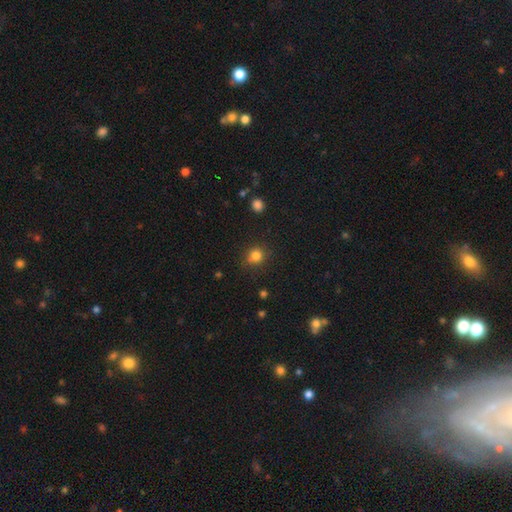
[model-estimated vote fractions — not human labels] A smooth galaxy with no disk features (82%) that is round (84%). Merging: none (78%).